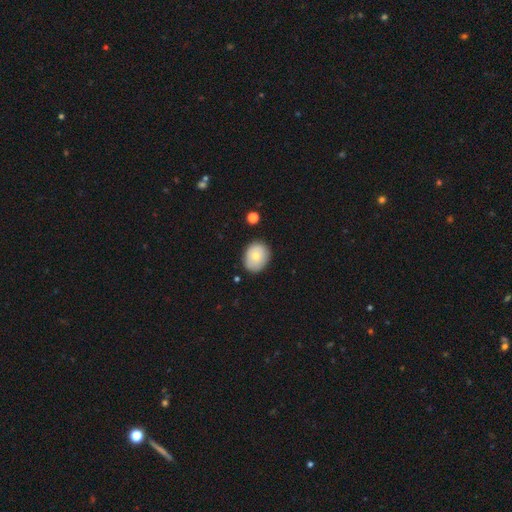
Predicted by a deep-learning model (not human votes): Smooth or featured? smooth (72%)
How rounded? round (50%)
Merging? none (83%)